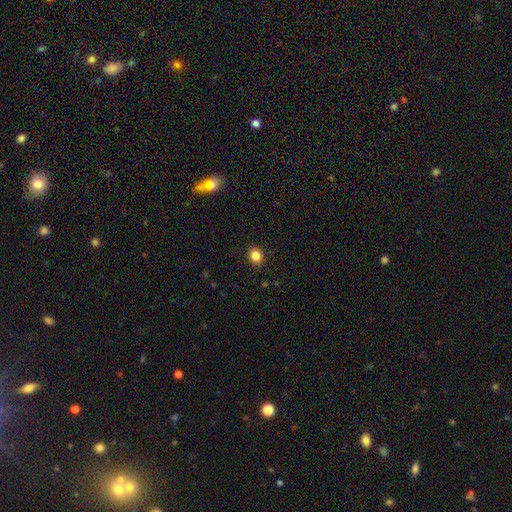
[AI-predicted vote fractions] Morphology: type=smooth (84%); roundness=round (72%); merging=none (91%).